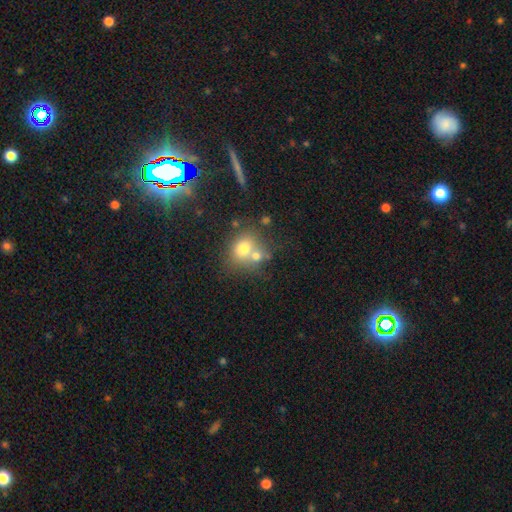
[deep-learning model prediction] This appears to be a smooth galaxy with no disk features (70%) that is round (68%). Merging: merger (46%).